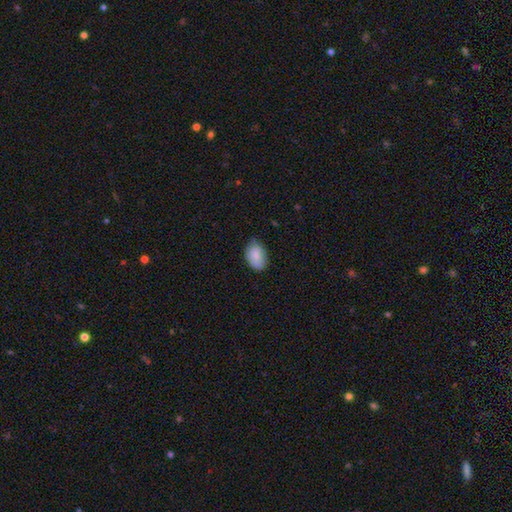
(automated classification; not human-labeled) smooth 82%, featured or disk 11%, star or artifact 7%. Down the decision tree: how rounded — in between (85%); merging — none (69%).